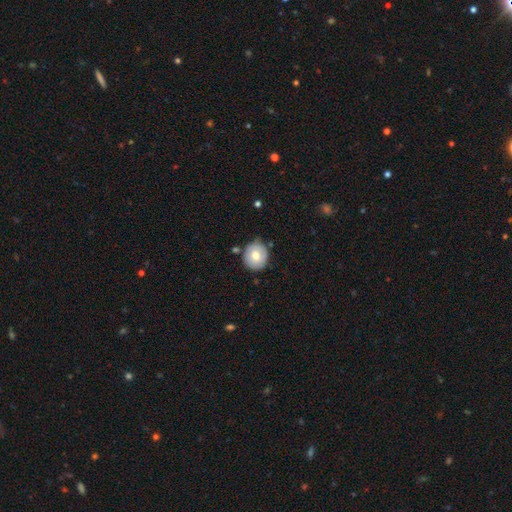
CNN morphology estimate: The model was most divided on "smooth or featured": smooth: 72%, featured or disk: 20%, star or artifact: 8%. More confident: how rounded — round (87%); merging — none (78%).